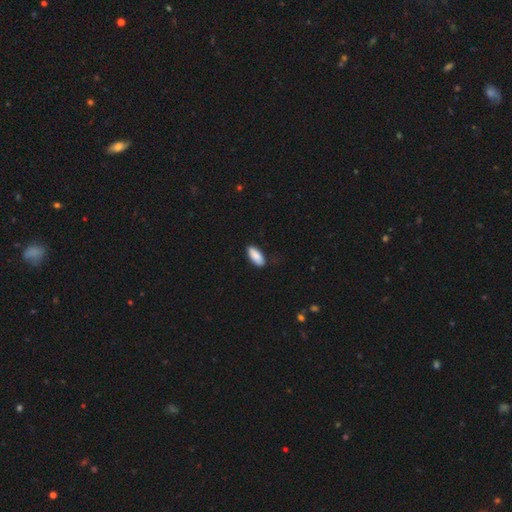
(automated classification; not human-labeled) A smooth galaxy with no disk features (88%) that is in between round and cigar-shaped (80%). Merging: none (80%).